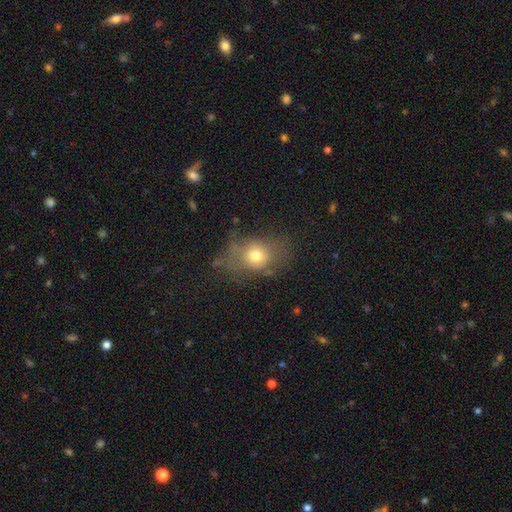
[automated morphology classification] Overall: smooth (68%). How rounded: round (51%; in between 47%). Merging: none (51%; minor disturbance 25%).